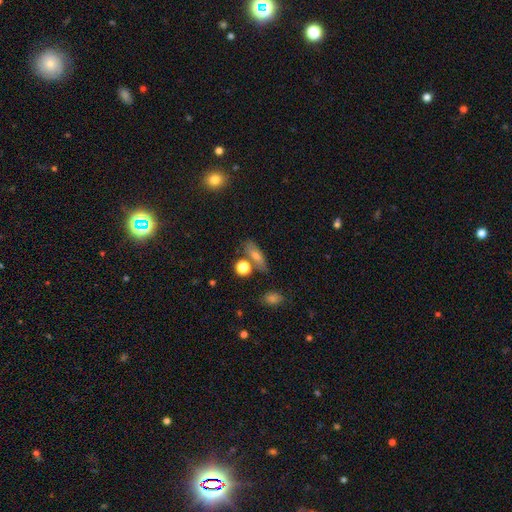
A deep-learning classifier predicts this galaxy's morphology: A smooth galaxy with no disk features (63%) that is in between round and cigar-shaped (53%).

Vote fractions:
- Smooth or featured? smooth: 63% / featured or disk: 23% / star or artifact: 14%
- How rounded? in between: 53% / cigar-shaped: 35% / round: 12%
- Merging? none: 68% / minor disturbance: 15% / merger: 12% / major disturbance: 5%